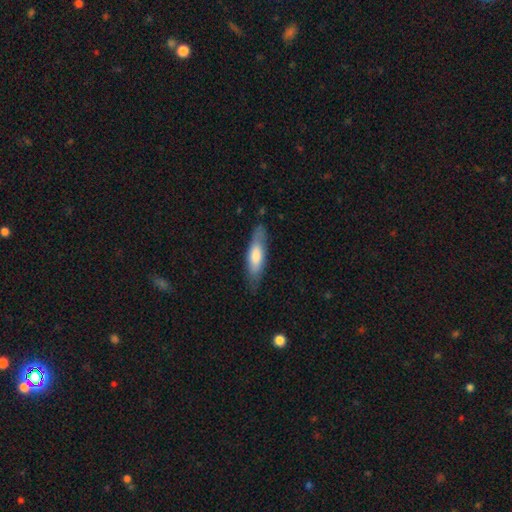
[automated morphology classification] smooth_or_featured: smooth (p=0.63) [alt: featured or disk p=0.31]
how_rounded: cigar-shaped (p=0.60) [alt: in between p=0.39]
merging: none (p=0.78) [alt: minor disturbance p=0.17]